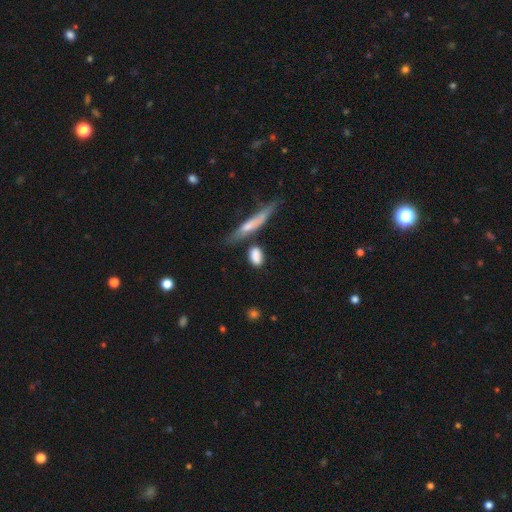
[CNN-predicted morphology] The model was most divided on "merging": none: 63%, minor disturbance: 17%, merger: 14%, major disturbance: 6%. More confident: smooth or featured — smooth (83%); how rounded — in between (71%).